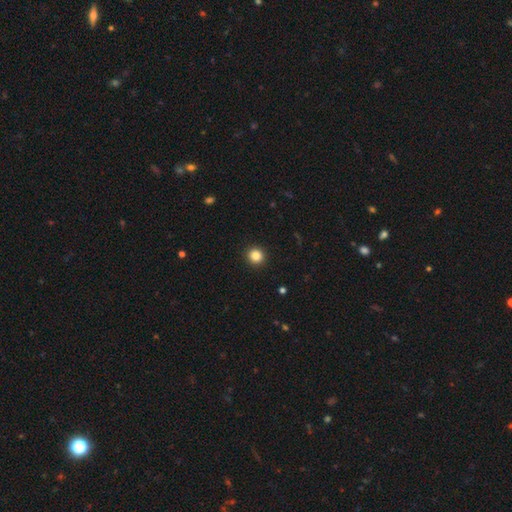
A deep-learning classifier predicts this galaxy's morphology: A smooth galaxy with no disk features (86%) that is round (93%).

Vote fractions:
- Smooth or featured? smooth: 86% / star or artifact: 11% / featured or disk: 4%
- How rounded? round: 93% / in between: 6% / cigar-shaped: 1%
- Merging? none: 93% / minor disturbance: 5% / major disturbance: 2% / merger: 1%